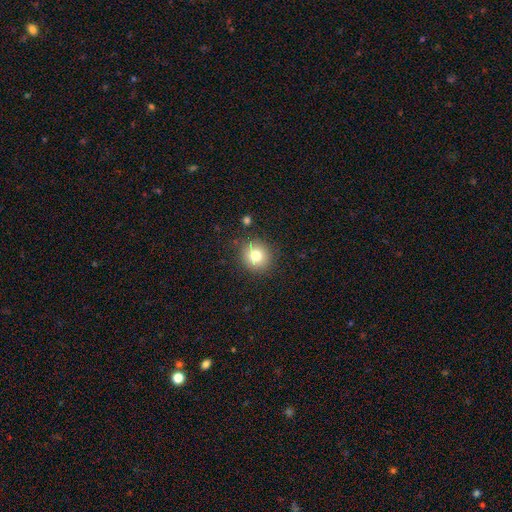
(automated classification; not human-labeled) smooth-or-featured: smooth: 78% | star or artifact: 11% | featured or disk: 10%
  how-rounded: round: 88% | in between: 11% | cigar-shaped: 1%
  merging: none: 87% | minor disturbance: 9% | major disturbance: 3% | merger: 2%